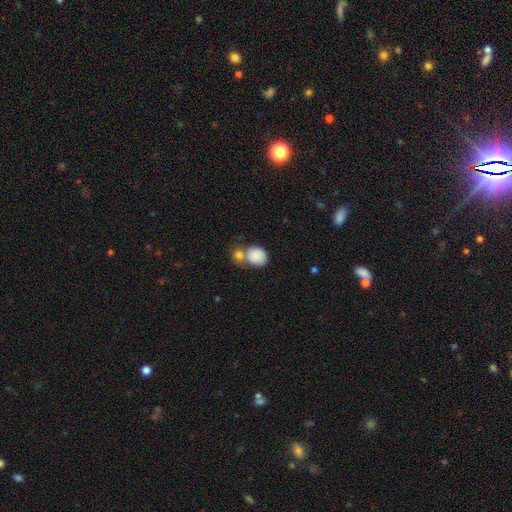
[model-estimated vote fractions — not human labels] A smooth galaxy with no disk features (86%) that is round (62%).

Vote fractions:
- Smooth or featured? smooth: 86% / star or artifact: 7% / featured or disk: 6%
- How rounded? round: 62% / in between: 37% / cigar-shaped: 1%
- Merging? merger: 44% / none: 38% / minor disturbance: 12% / major disturbance: 5%